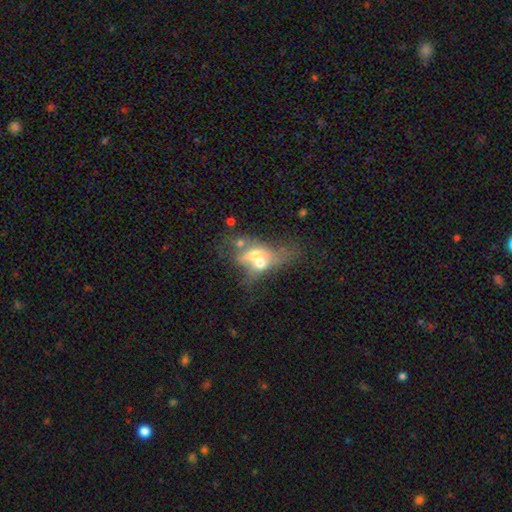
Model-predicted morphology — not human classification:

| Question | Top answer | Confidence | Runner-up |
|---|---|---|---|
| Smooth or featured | featured or disk | 47% | smooth (41%) |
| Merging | merger | 68% | none (13%) |